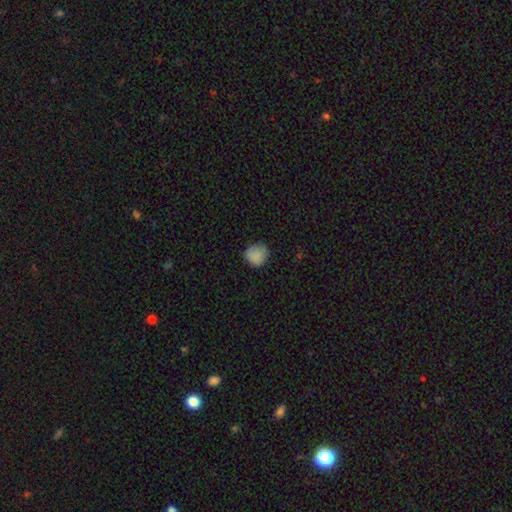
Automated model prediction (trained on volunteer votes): smooth-or-featured: smooth: 86% | star or artifact: 10% | featured or disk: 4%
  how-rounded: round: 84% | in between: 15% | cigar-shaped: 1%
  merging: none: 76% | minor disturbance: 19% | major disturbance: 4% | merger: 1%